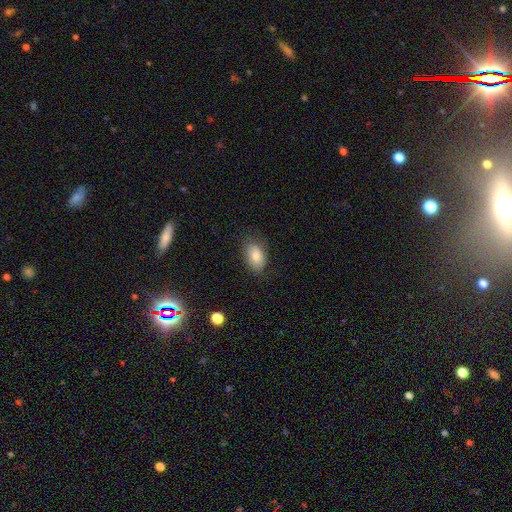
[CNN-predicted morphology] smooth_or_featured: smooth (p=0.79) [alt: featured or disk p=0.12]
how_rounded: in between (p=0.89) [alt: round p=0.10]
merging: none (p=0.76) [alt: minor disturbance p=0.18]